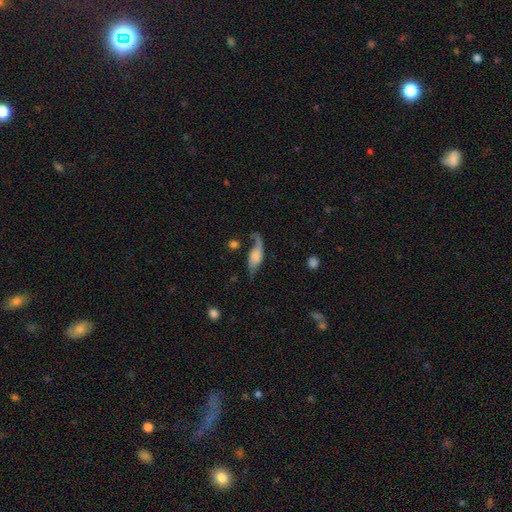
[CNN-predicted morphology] Smooth or featured?
  - featured or disk: 61% *
  - smooth: 32%
  - star or artifact: 8%
Edge-on disk?
  - no: 80% *
  - yes: 20%
Merging?
  - none: 43% *
  - major disturbance: 25%
  - minor disturbance: 25%
  - merger: 7%